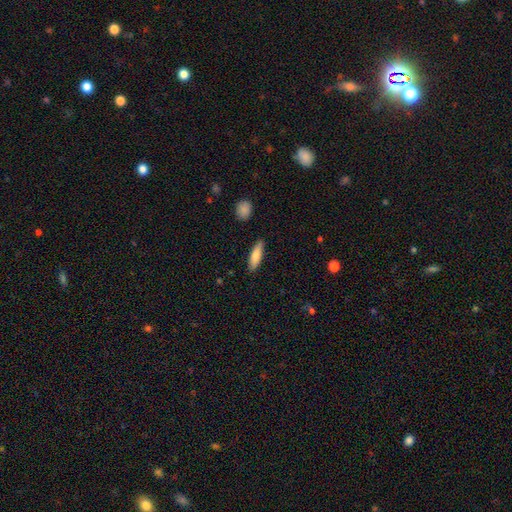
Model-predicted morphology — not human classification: Smooth or featured? smooth (79%)
How rounded? cigar-shaped (58%)
Merging? none (85%)